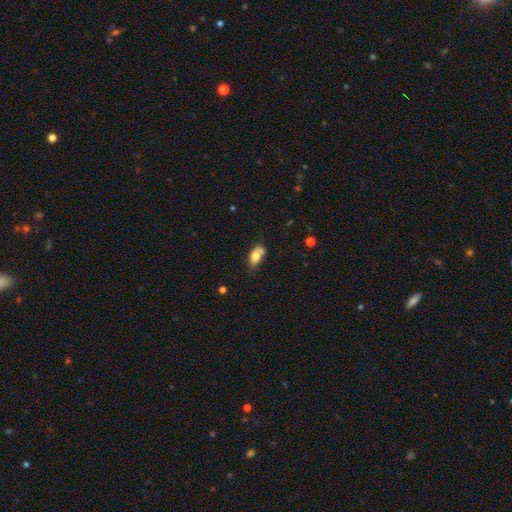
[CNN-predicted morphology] Smooth or featured?
  - smooth: 73% *
  - featured or disk: 19%
  - star or artifact: 8%
How rounded?
  - in between: 84% *
  - round: 9%
  - cigar-shaped: 7%
Merging?
  - none: 39% *
  - minor disturbance: 28%
  - merger: 23%
  - major disturbance: 10%